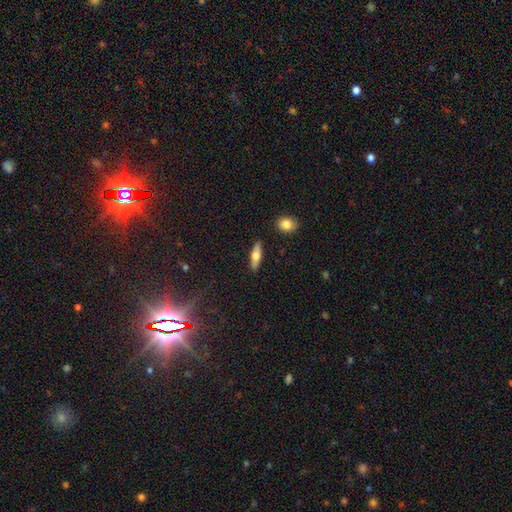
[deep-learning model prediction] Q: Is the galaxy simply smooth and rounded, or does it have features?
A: smooth — 57%.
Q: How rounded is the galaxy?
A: cigar-shaped — 53%.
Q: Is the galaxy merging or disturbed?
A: none — 88%.